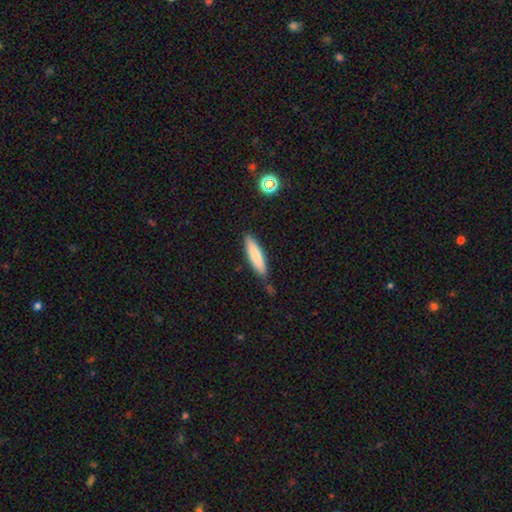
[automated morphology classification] smooth-or-featured: smooth: 79% | featured or disk: 15% | star or artifact: 6%
  how-rounded: cigar-shaped: 77% | in between: 21% | round: 1%
  merging: none: 78% | minor disturbance: 16% | merger: 4% | major disturbance: 3%